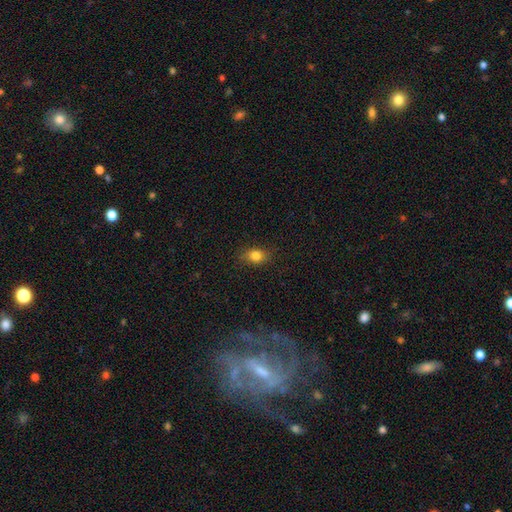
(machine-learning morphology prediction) Q: Smooth or featured?
A: smooth (81%); runner-up: star or artifact (11%)
Q: How rounded?
A: in between (68%); runner-up: round (30%)
Q: Merging?
A: none (84%); runner-up: minor disturbance (12%)